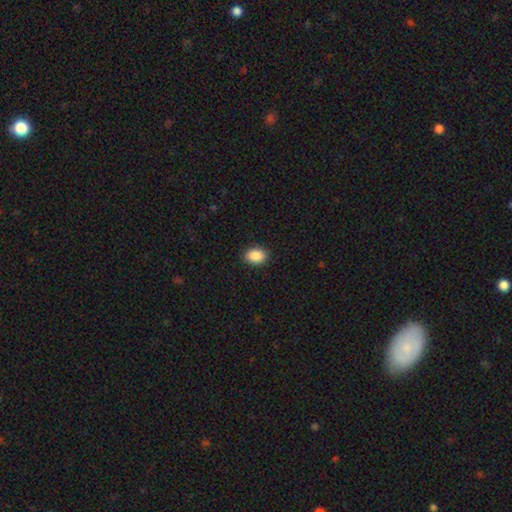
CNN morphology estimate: Smooth or featured?
  - smooth: 89% *
  - star or artifact: 8%
  - featured or disk: 3%
How rounded?
  - in between: 79% *
  - round: 20%
  - cigar-shaped: 1%
Merging?
  - none: 90% *
  - minor disturbance: 7%
  - major disturbance: 2%
  - merger: 1%